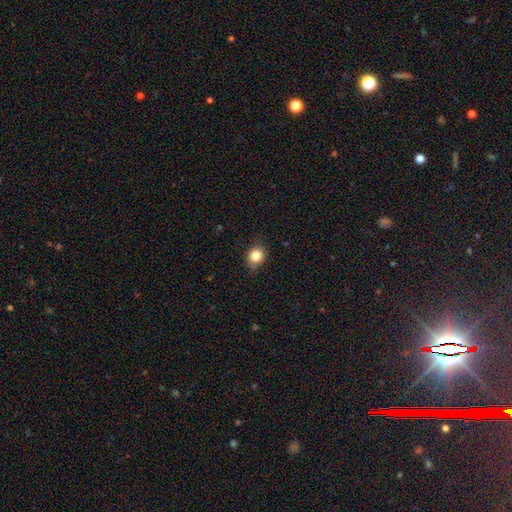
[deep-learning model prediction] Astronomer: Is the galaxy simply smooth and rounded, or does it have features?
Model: smooth — 83%.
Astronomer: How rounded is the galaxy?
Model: round — 68%.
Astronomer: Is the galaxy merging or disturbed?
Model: none — 80%.